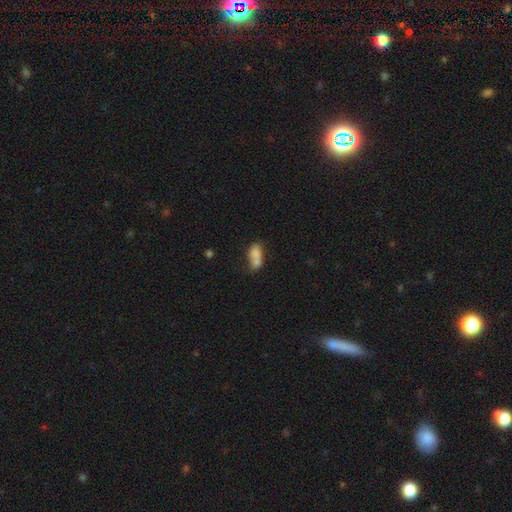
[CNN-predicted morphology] smooth-or-featured: smooth: 71% | featured or disk: 19% | star or artifact: 10%
  how-rounded: in between: 74% | round: 22% | cigar-shaped: 4%
  merging: merger: 62% | none: 22% | minor disturbance: 10% | major disturbance: 6%